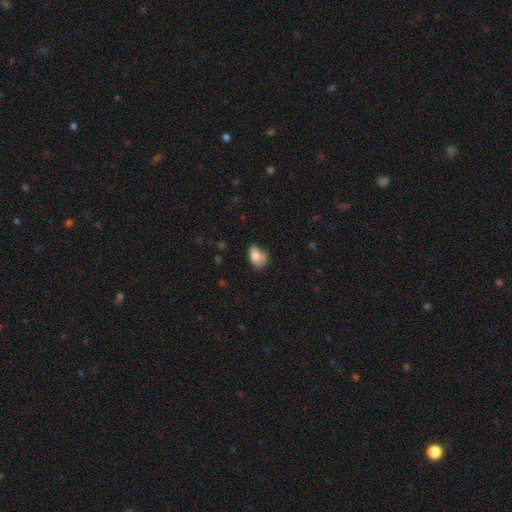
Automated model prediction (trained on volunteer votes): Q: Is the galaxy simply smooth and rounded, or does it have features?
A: smooth — 77%.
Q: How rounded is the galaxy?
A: in between — 83%.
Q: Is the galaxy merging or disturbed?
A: minor disturbance — 37%.